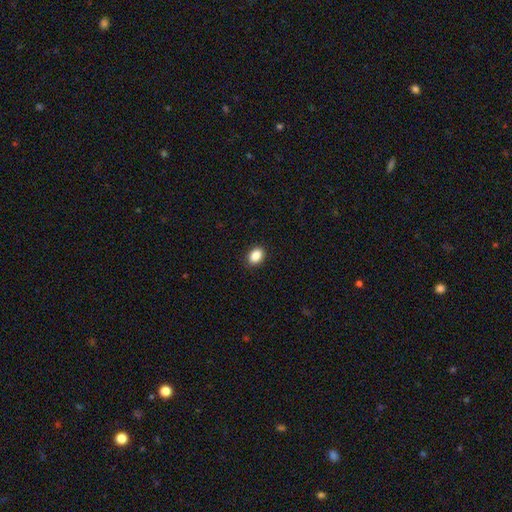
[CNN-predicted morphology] This appears to be a smooth galaxy with no disk features (88%) that is in between round and cigar-shaped (77%). Merging: none (90%).